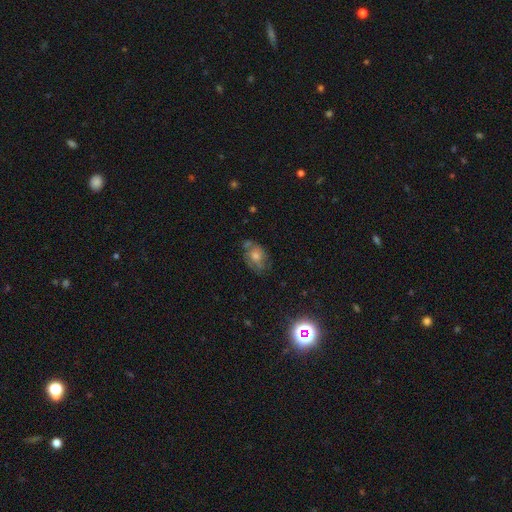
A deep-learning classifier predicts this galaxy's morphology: Smooth or featured: featured or disk — 43% (smooth — 41%)
Merging: none — 62% (minor disturbance — 24%)